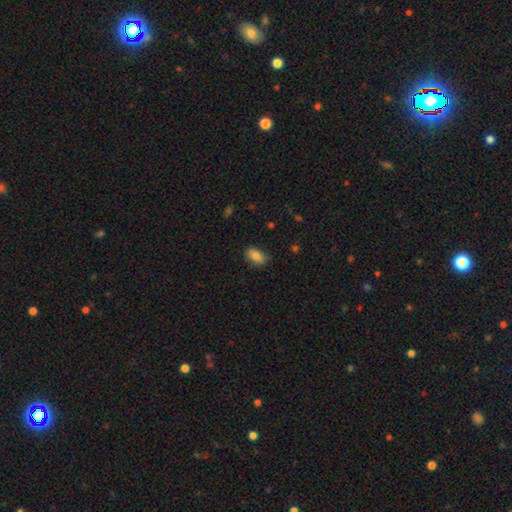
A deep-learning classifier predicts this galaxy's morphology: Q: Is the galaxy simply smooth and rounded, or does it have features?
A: smooth — 84%.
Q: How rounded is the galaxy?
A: in between — 91%.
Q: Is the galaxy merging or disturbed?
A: none — 78%.